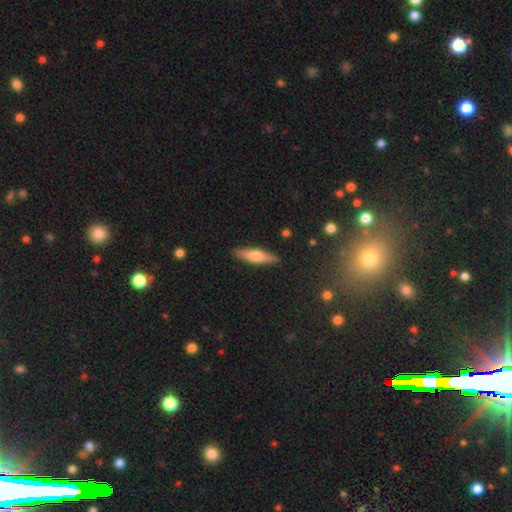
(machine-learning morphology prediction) Smooth or featured?
  - smooth: 59% *
  - featured or disk: 36%
  - star or artifact: 6%
How rounded?
  - cigar-shaped: 69% *
  - in between: 29%
  - round: 2%
Merging?
  - none: 89% *
  - minor disturbance: 8%
  - major disturbance: 2%
  - merger: 1%